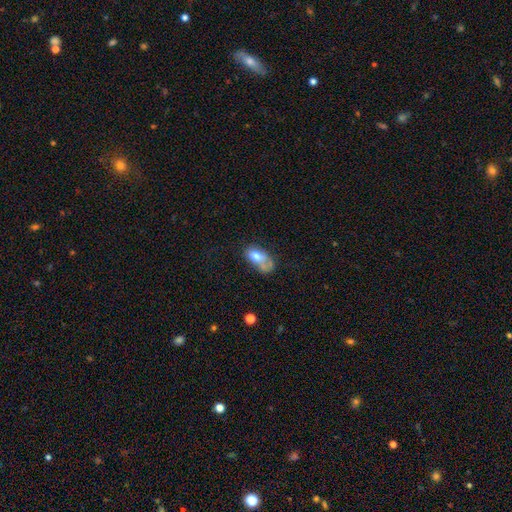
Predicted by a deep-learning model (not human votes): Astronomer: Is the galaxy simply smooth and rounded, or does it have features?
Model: smooth — 65%.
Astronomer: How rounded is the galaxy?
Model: in between — 88%.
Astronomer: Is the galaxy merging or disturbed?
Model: major disturbance — 28% (runner-up: minor disturbance, 27%).